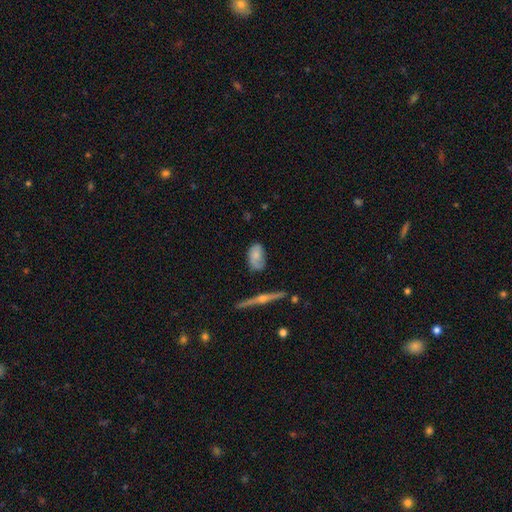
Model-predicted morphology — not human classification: A smooth galaxy with no disk features (64%) that is in between round and cigar-shaped (90%). Merging: none (61%).